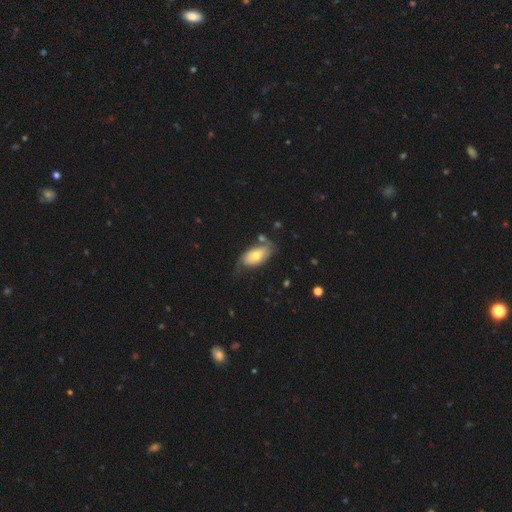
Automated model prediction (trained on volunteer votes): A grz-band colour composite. It shows a smooth galaxy with no disk features (63%) that is in between round and cigar-shaped (93%). Merging: none (54%).